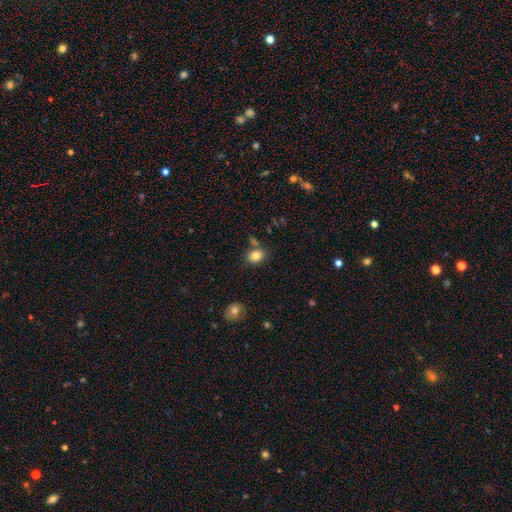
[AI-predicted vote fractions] A smooth galaxy with no disk features (84%) that is in between round and cigar-shaped (56%). Merging: none (69%).